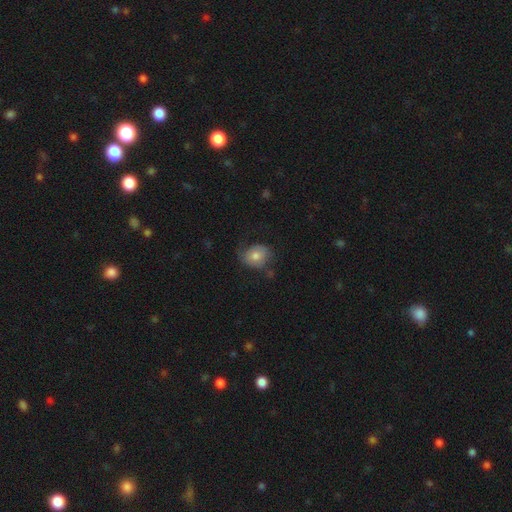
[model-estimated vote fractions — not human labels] A smooth galaxy with no disk features (70%) that is round (54%). Merging: none (52%).